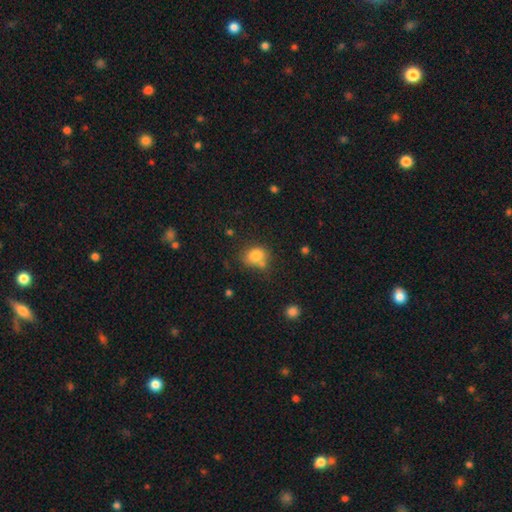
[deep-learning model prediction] Morphology: type=smooth (81%); roundness=round (50%); merging=none (57%).